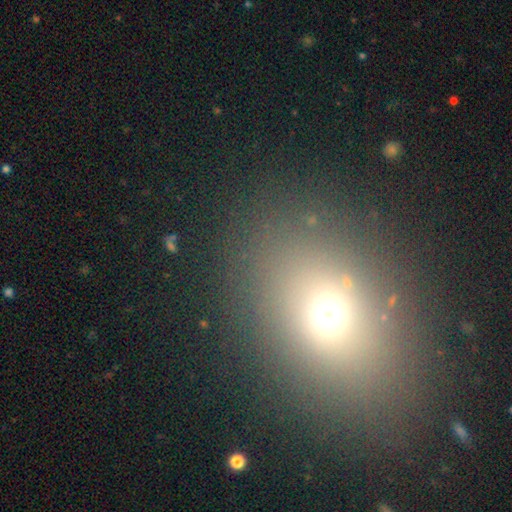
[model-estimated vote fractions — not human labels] smooth 62%, star or artifact 25%, featured or disk 14%. Down the decision tree: how rounded — in between (58%); merging — none (84%).